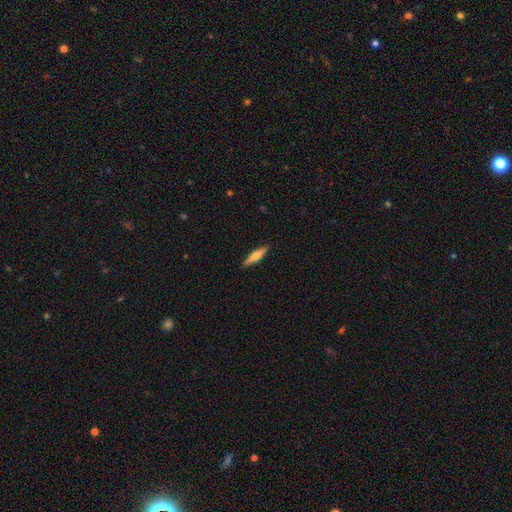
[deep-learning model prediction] smooth-or-featured: smooth: 49% | featured or disk: 45% | star or artifact: 6%
  merging: none: 90% | minor disturbance: 7% | major disturbance: 2% | merger: 1%